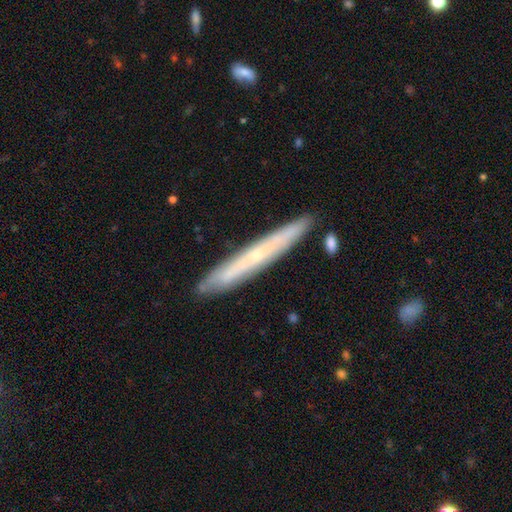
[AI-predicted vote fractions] Smooth or featured?
  - featured or disk: 58% *
  - smooth: 36%
  - star or artifact: 6%
Edge-on disk?
  - yes: 87% *
  - no: 13%
Edge-on bulge?
  - none: 54% *
  - rounded: 43%
  - boxy: 3%
Merging?
  - none: 88% *
  - minor disturbance: 9%
  - merger: 2%
  - major disturbance: 1%